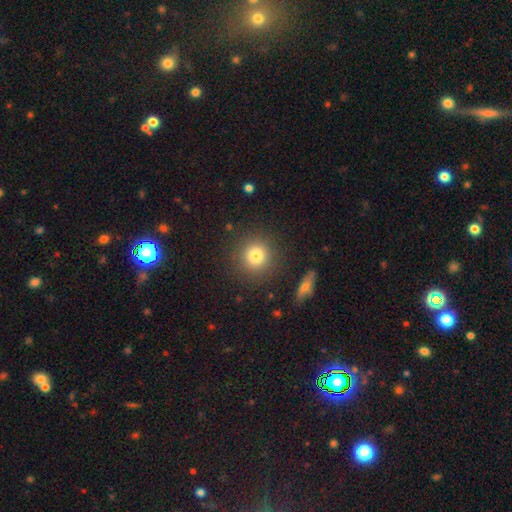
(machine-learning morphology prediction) A smooth galaxy with no disk features (78%) that is round (92%). Merging: none (88%).